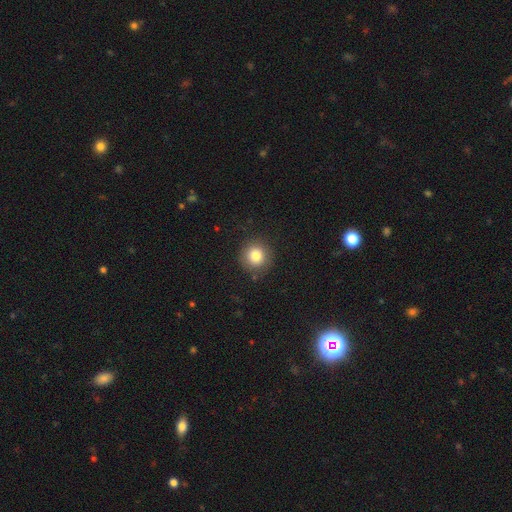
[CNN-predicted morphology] Overall: smooth (81%). How rounded: round (94%). Merging: none (88%).